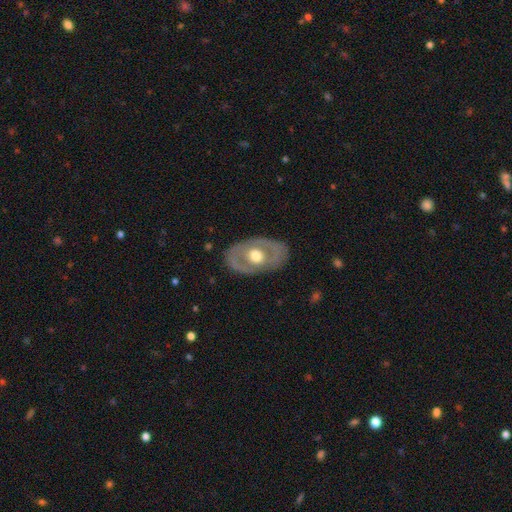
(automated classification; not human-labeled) featured or disk 61%, smooth 35%, star or artifact 5%. Down the decision tree: edge-on disk — no (89%); bar — no (80%); spiral arms — no (81%); bulge size — moderate (68%); merging — none (82%).